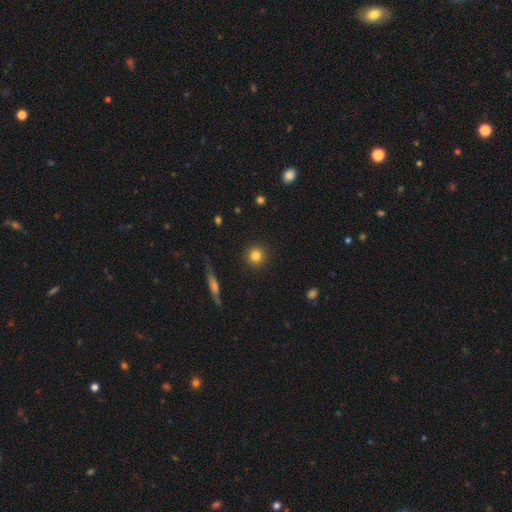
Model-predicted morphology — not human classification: This is clearly a smooth galaxy (82%). How rounded: clearly round (94%). Merging: clearly none (91%).